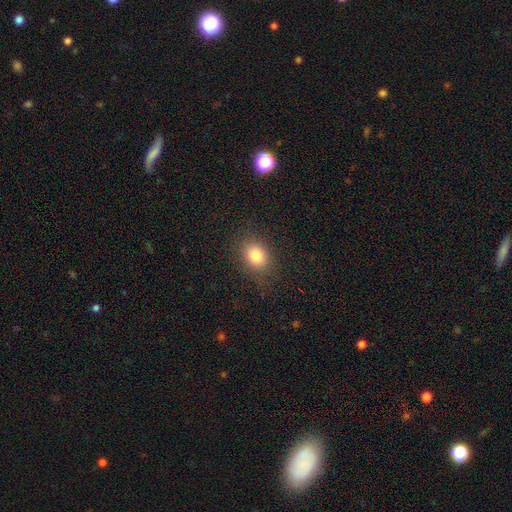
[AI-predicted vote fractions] A smooth galaxy with no disk features (82%) that is in between round and cigar-shaped (57%). Merging: none (84%).